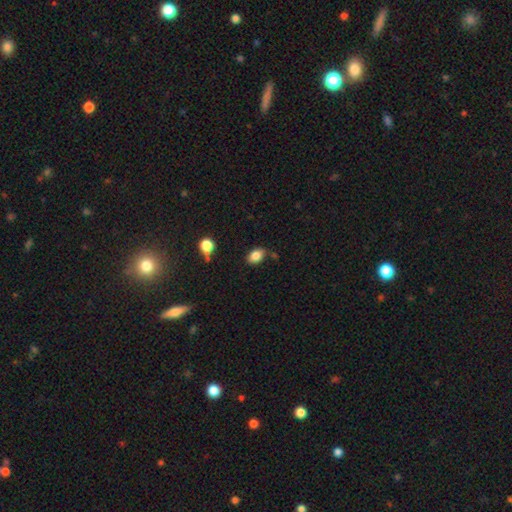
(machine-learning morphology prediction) The model was most divided on "merging": none: 78%, minor disturbance: 15%, merger: 4%, major disturbance: 3%. More confident: smooth or featured — smooth (84%); how rounded — in between (83%).